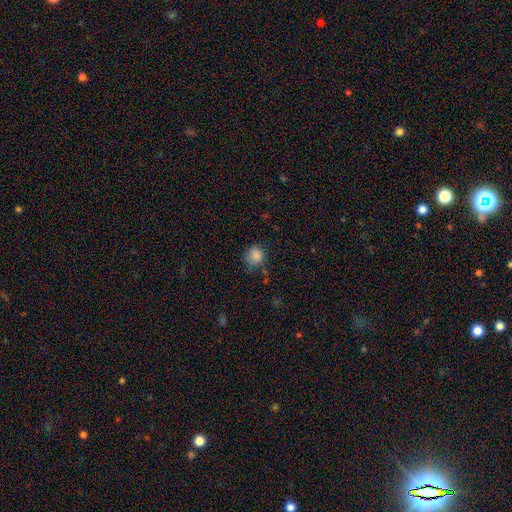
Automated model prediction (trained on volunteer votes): This is clearly a smooth galaxy (85%). How rounded: clearly round (83%). Merging: likely none (66%).